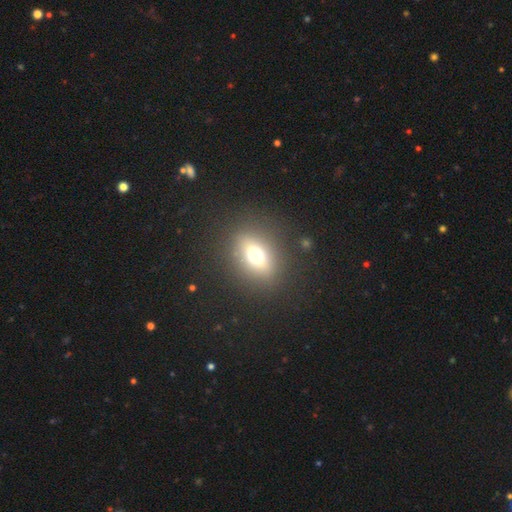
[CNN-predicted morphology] type=smooth (67%); roundness=in between (56%); merging=none (85%).